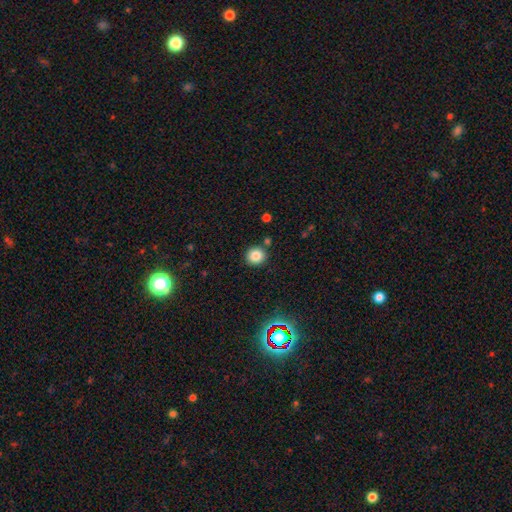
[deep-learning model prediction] Q: Smooth or featured?
A: smooth (83%); runner-up: star or artifact (12%)
Q: How rounded?
A: round (89%); runner-up: in between (10%)
Q: Merging?
A: none (85%); runner-up: minor disturbance (7%)